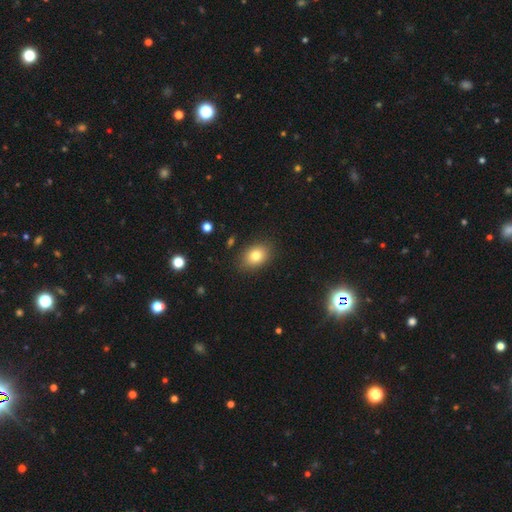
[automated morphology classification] Smooth or featured? Predicted: smooth (p=0.81). How rounded? Predicted: in between (p=0.73). Merging? Predicted: none (p=0.86).